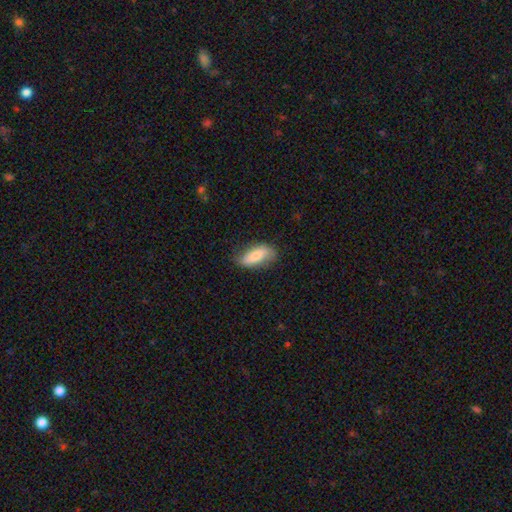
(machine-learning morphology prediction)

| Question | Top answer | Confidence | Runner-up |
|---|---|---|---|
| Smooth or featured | smooth | 67% | featured or disk (27%) |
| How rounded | in between | 80% | cigar-shaped (17%) |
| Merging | none | 75% | minor disturbance (20%) |